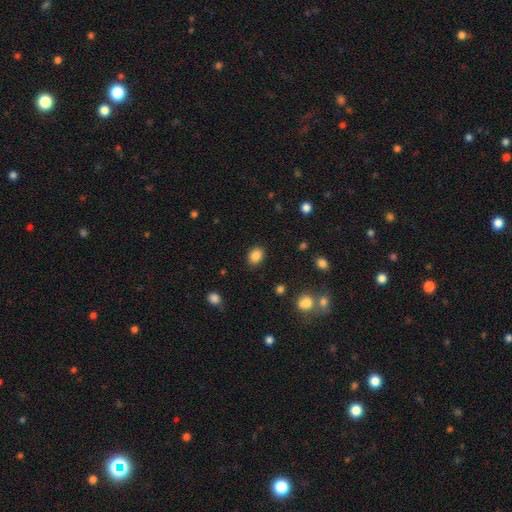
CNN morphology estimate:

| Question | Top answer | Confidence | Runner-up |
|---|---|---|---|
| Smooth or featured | smooth | 86% | star or artifact (10%) |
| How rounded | in between | 59% | round (40%) |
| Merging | none | 87% | minor disturbance (9%) |